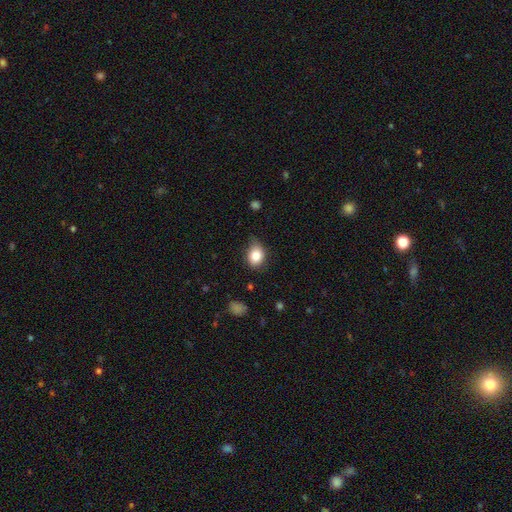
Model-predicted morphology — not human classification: type=smooth (82%); roundness=in between (52%); merging=none (66%).